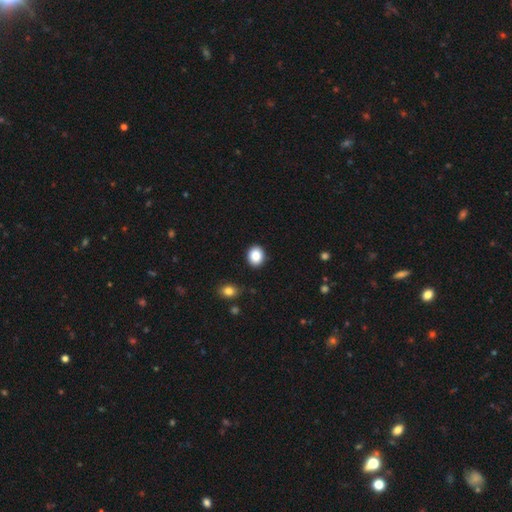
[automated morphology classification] smooth-or-featured: smooth: 88% | star or artifact: 8% | featured or disk: 3%
  how-rounded: round: 59% | in between: 40% | cigar-shaped: 1%
  merging: none: 90% | minor disturbance: 7% | major disturbance: 2% | merger: 1%